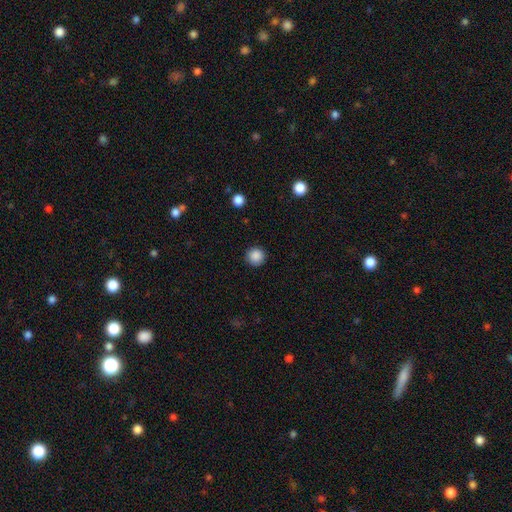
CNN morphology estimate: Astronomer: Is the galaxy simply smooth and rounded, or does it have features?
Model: smooth — 88%.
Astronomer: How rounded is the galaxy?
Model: round — 96%.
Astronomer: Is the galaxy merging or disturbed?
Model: none — 91%.